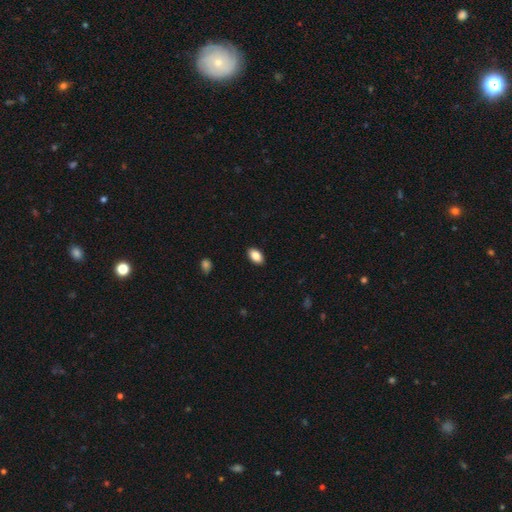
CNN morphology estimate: smooth 88%, star or artifact 7%, featured or disk 5%. Down the decision tree: how rounded — in between (92%); merging — none (89%).